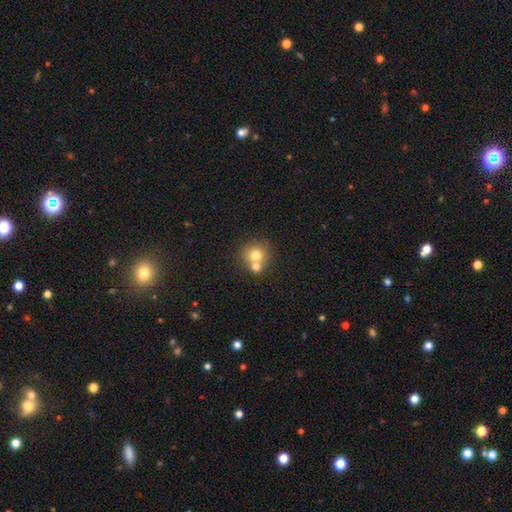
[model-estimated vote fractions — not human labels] Overall: smooth (72%). How rounded: round (87%). Merging: none (46%; merger 45%).